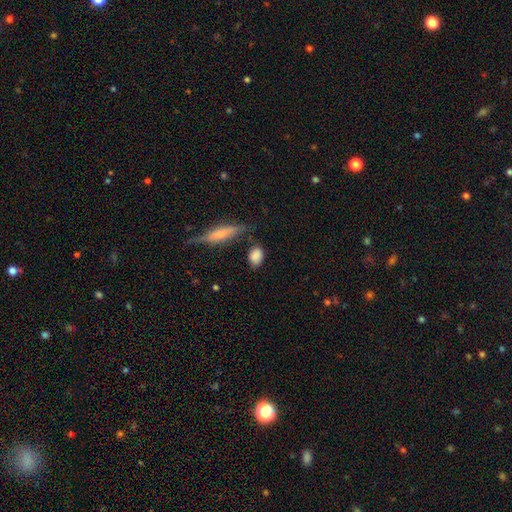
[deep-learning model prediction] smooth 85%, featured or disk 8%, star or artifact 7%. Down the decision tree: how rounded — in between (80%); merging — none (71%).